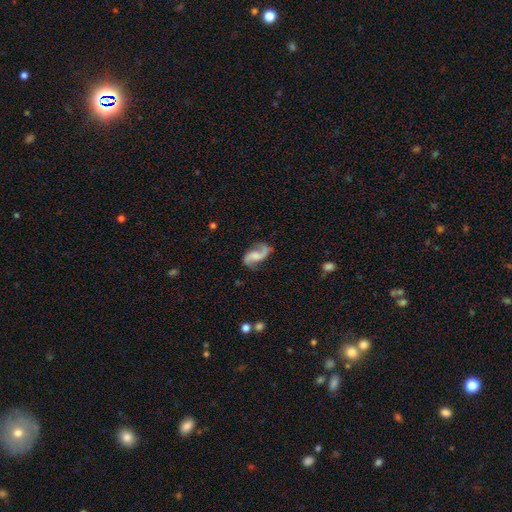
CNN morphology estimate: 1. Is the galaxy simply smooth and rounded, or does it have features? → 85% featured or disk, 10% smooth, 6% star or artifact.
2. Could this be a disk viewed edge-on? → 97% no, 3% yes.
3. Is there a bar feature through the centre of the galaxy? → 49% no, 39% weak, 12% strong.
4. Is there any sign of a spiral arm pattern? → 97% yes, 3% no.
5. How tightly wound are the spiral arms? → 63% loose, 31% medium, 7% tight.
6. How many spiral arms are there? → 93% 2, 3% 1, 2% can't tell, 1% 3, 1% 4, 1% more than 4.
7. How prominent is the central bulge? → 42% none, 24% moderate, 23% small, 9% large, 2% dominant.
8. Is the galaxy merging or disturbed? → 75% none, 16% minor disturbance, 7% major disturbance, 2% merger.